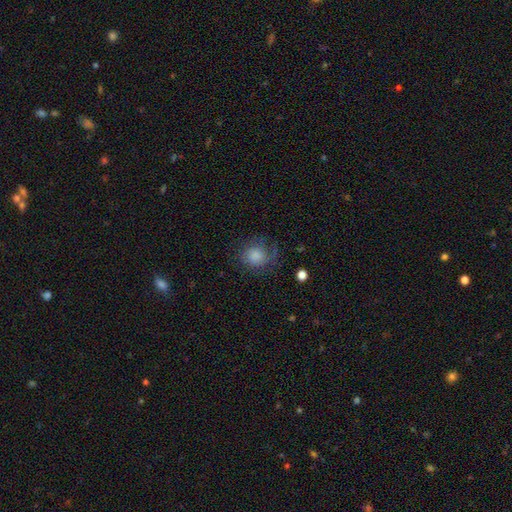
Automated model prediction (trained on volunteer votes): Smooth or featured? smooth (81%)
How rounded? round (83%)
Merging? none (67%)